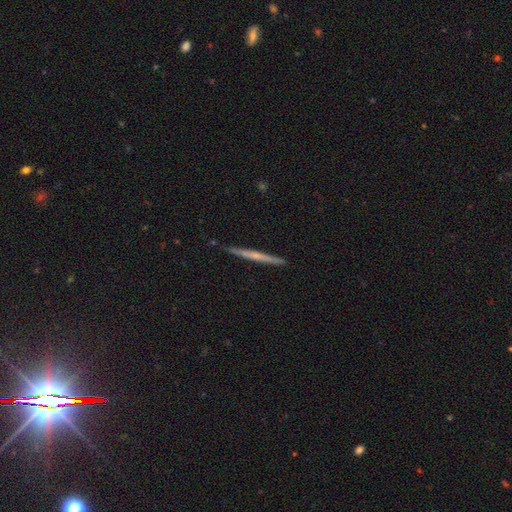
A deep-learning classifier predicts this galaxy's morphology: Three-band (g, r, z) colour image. It shows a featured or disk galaxy (55%) viewed edge-on (98%) with no central bulge (71%). Merging: none (90%).